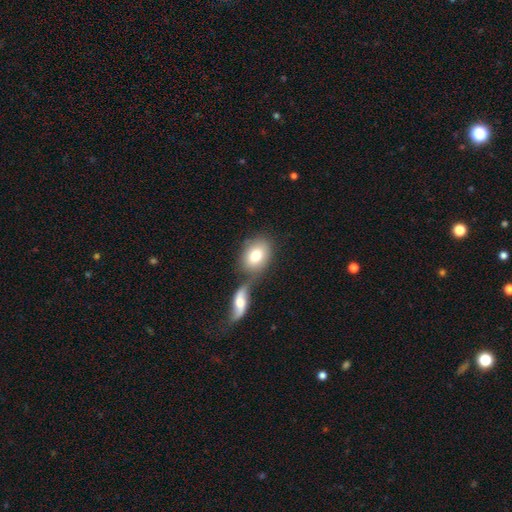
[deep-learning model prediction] This is likely a smooth galaxy (77%). How rounded: likely in between (63%). Merging: possibly none (47%).